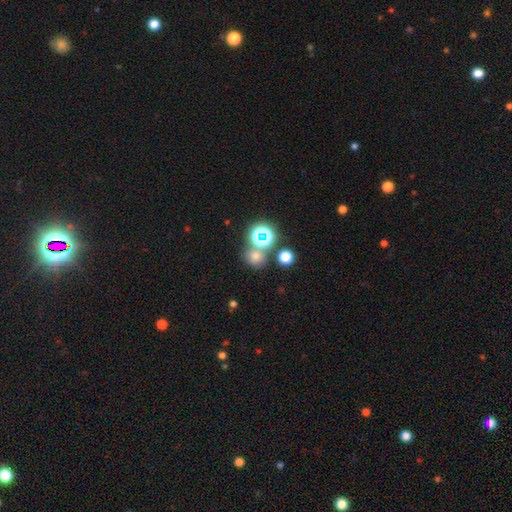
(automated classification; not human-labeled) Q: Smooth or featured?
A: smooth (56%); runner-up: star or artifact (35%)
Q: How rounded?
A: round (81%); runner-up: in between (18%)
Q: Merging?
A: none (65%); runner-up: merger (22%)